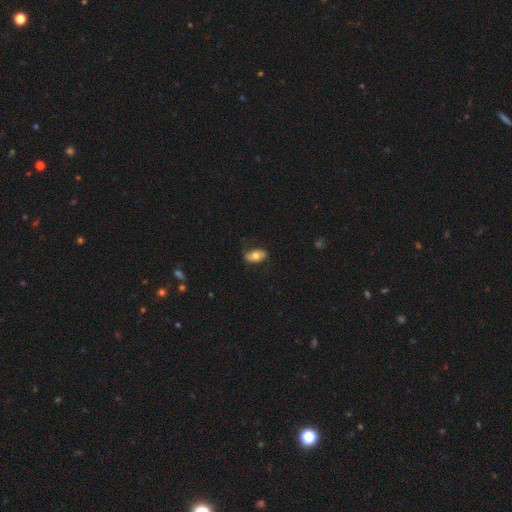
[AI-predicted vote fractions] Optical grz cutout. It shows a smooth galaxy with no disk features (63%) that is in between round and cigar-shaped (91%). Merging: none (72%).